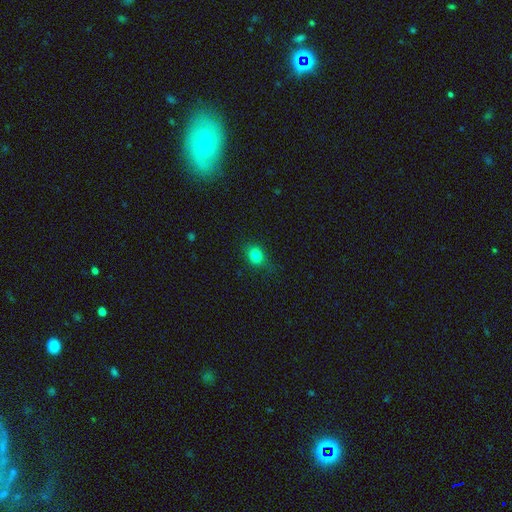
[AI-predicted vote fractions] Smooth or featured? Predicted: smooth (p=0.82). How rounded? Predicted: round (p=0.53). Merging? Predicted: none (p=0.80).